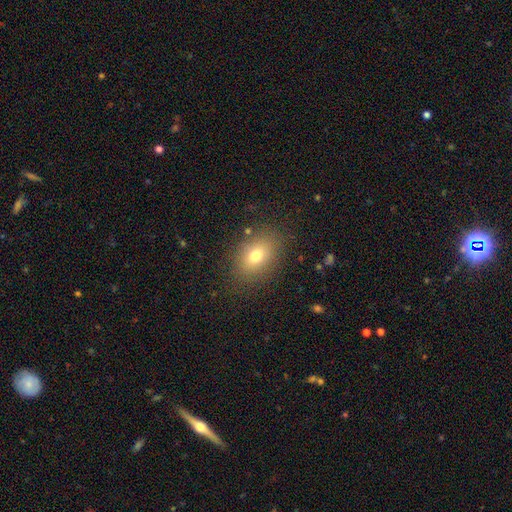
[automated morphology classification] This is likely a smooth galaxy (73%). How rounded: likely in between (77%). Merging: clearly none (83%).